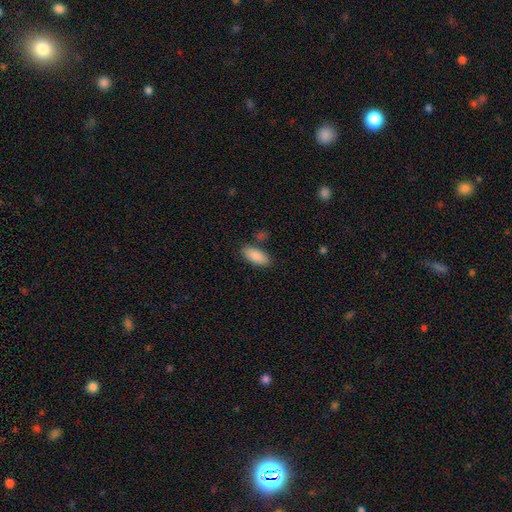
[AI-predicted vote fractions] Morphology: type=smooth (87%); roundness=in between (88%); merging=none (80%).